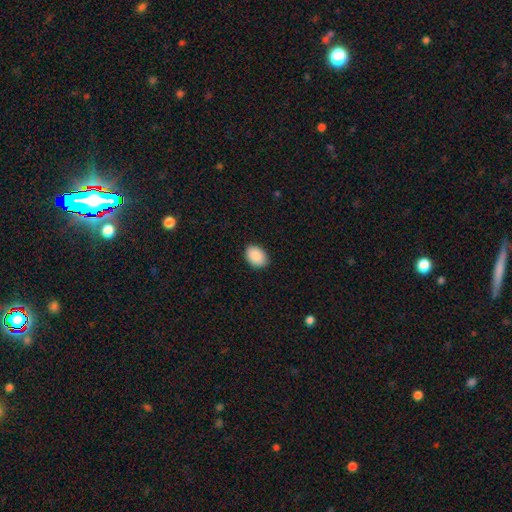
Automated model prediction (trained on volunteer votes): A smooth galaxy with no disk features (90%) that is in between round and cigar-shaped (81%). Merging: none (89%).